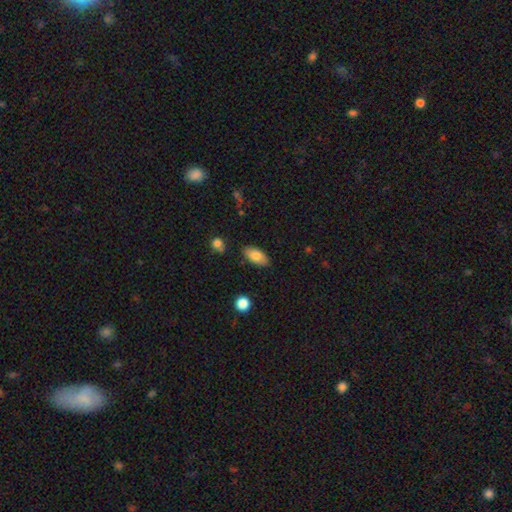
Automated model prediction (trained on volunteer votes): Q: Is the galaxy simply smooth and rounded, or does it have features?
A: smooth — 82%.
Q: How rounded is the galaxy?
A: in between — 91%.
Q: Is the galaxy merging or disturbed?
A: none — 84%.